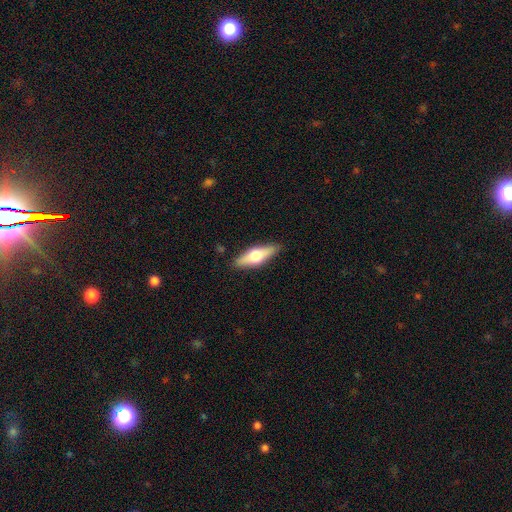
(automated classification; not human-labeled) This appears to be a smooth galaxy with no disk features (47%, tied with featured or disk). Merging: none (87%).